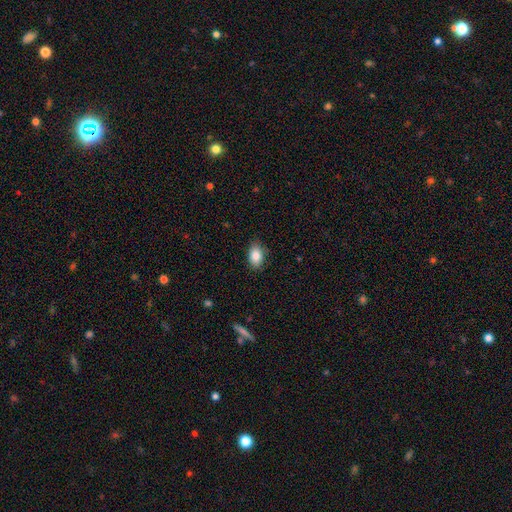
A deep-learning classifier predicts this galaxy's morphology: The model was most divided on "merging": none: 85%, minor disturbance: 12%, major disturbance: 2%, merger: 1%. More confident: how rounded — in between (88%); smooth or featured — smooth (86%).